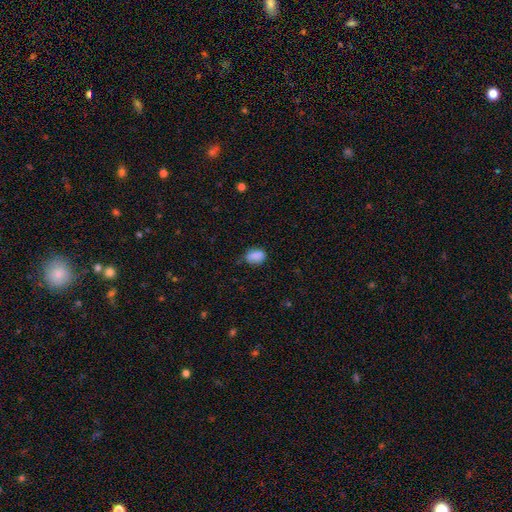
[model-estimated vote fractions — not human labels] A smooth galaxy with no disk features (85%) that is in between round and cigar-shaped (79%).

Vote fractions:
- Smooth or featured? smooth: 85% / star or artifact: 9% / featured or disk: 6%
- How rounded? in between: 79% / round: 19% / cigar-shaped: 2%
- Merging? none: 61% / minor disturbance: 31% / major disturbance: 6% / merger: 2%